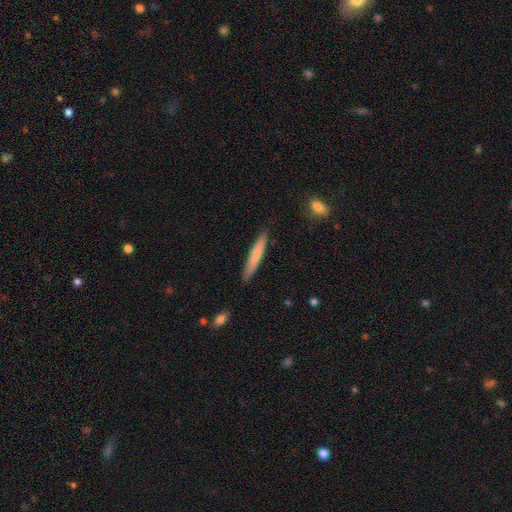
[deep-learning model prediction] Overall: smooth (70%). How rounded: cigar-shaped (95%). Merging: none (88%).